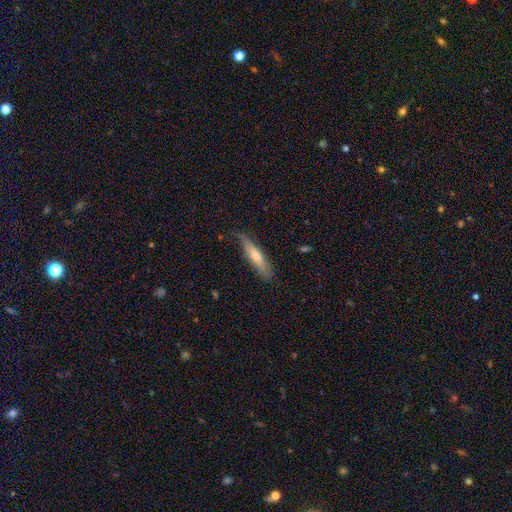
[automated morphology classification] A smooth galaxy with no disk features (58%) that is cigar-shaped (81%). Merging: none (69%).